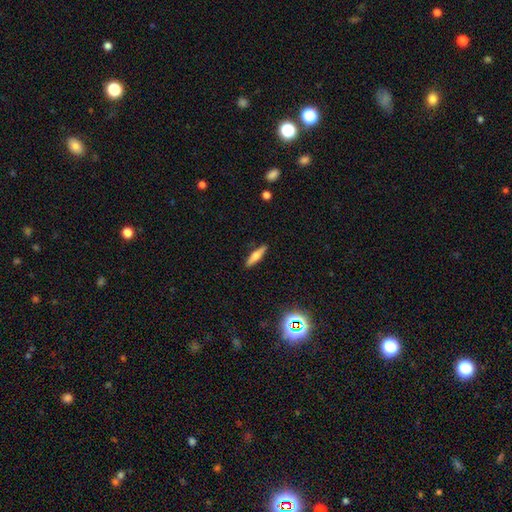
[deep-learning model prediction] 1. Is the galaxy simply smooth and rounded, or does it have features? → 55% smooth, 37% featured or disk, 8% star or artifact.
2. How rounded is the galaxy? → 76% cigar-shaped, 22% in between, 2% round.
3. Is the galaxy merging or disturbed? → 89% none, 7% minor disturbance, 2% major disturbance, 1% merger.